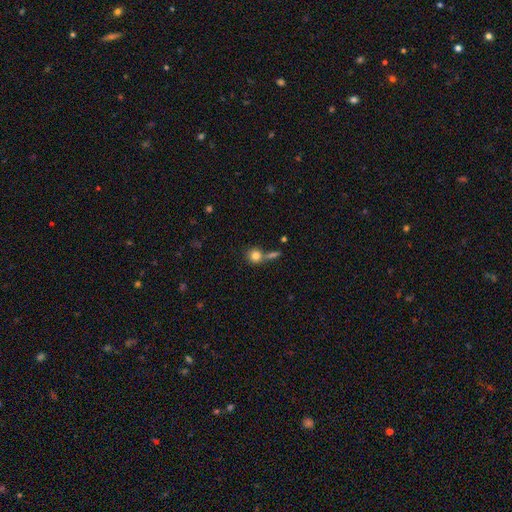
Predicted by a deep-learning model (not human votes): Overall: smooth (82%). How rounded: round (86%). Merging: none (56%; merger 28%).